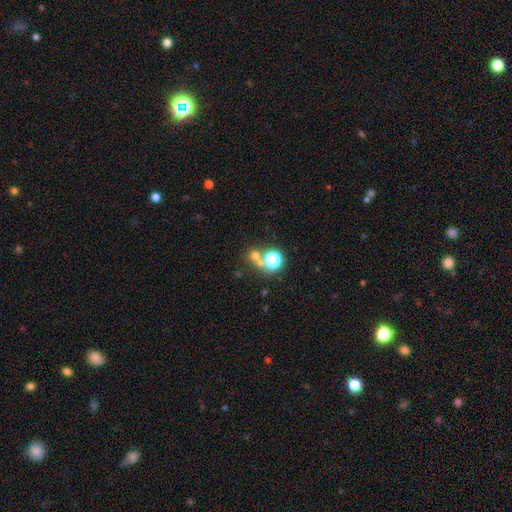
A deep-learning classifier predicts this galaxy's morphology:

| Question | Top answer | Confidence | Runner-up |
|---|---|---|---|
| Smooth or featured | smooth | 59% | star or artifact (30%) |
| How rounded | round | 86% | in between (13%) |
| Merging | none | 57% | merger (31%) |